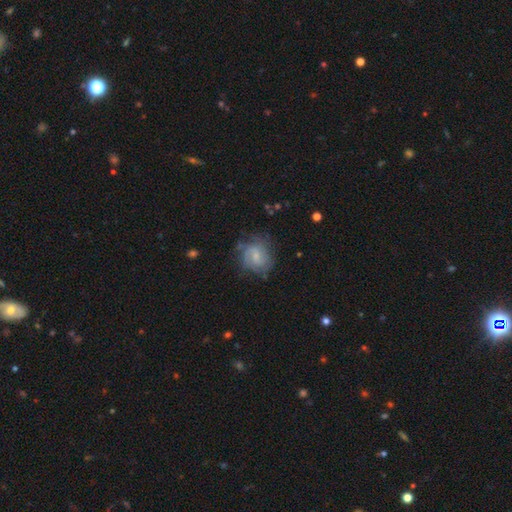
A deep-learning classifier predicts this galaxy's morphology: smooth_or_featured: featured or disk (p=0.49) [alt: smooth p=0.42]
merging: none (p=0.59) [alt: minor disturbance p=0.25]